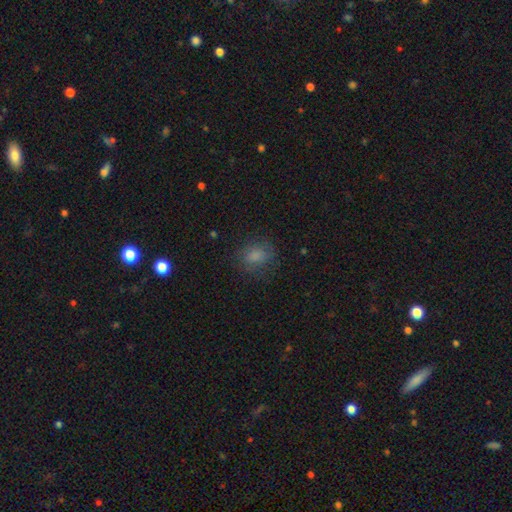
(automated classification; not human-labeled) Smooth or featured?
  - smooth: 78% *
  - star or artifact: 12%
  - featured or disk: 9%
How rounded?
  - round: 58% *
  - in between: 40%
  - cigar-shaped: 1%
Merging?
  - none: 75% *
  - minor disturbance: 16%
  - major disturbance: 8%
  - merger: 1%